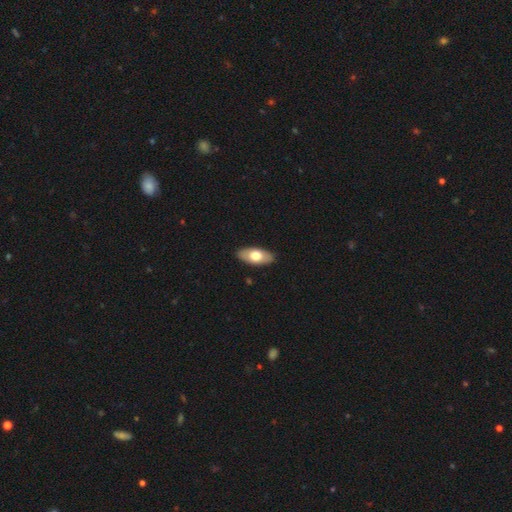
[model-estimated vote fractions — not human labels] Morphology: type=smooth (67%); roundness=in between (91%); merging=none (89%).